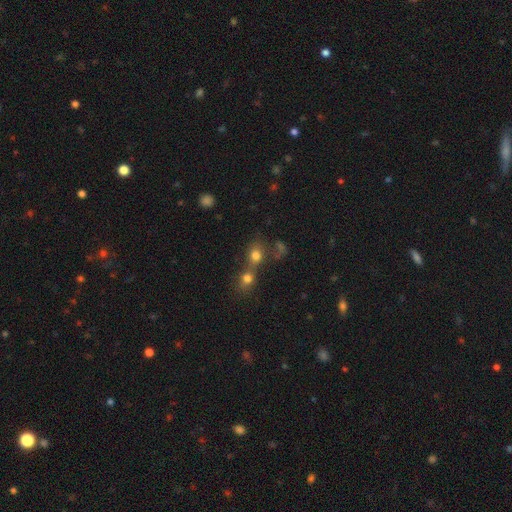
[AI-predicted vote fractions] Smooth or featured? Predicted: smooth (p=0.74). How rounded? Predicted: round (p=0.71). Merging? Predicted: merger (p=0.57).